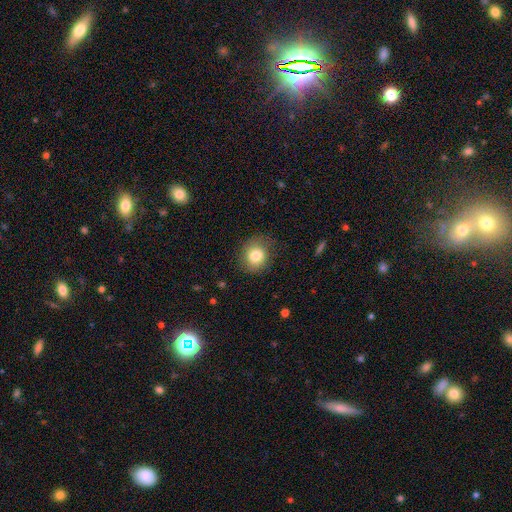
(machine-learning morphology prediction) Q: Smooth or featured?
A: smooth (80%); runner-up: featured or disk (11%)
Q: How rounded?
A: round (75%); runner-up: in between (24%)
Q: Merging?
A: none (73%); runner-up: minor disturbance (19%)